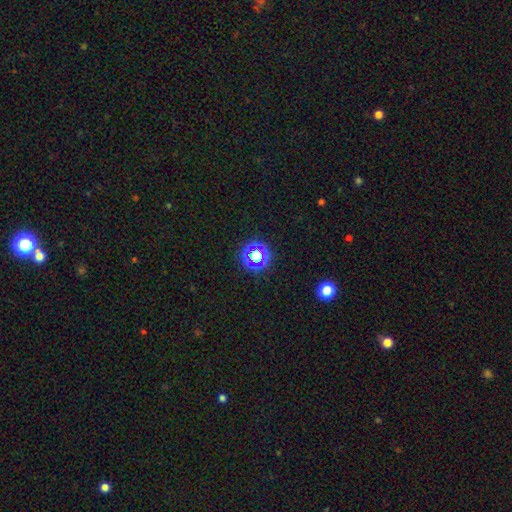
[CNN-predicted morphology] smooth_or_featured: star or artifact (p=0.64) [alt: smooth p=0.26]